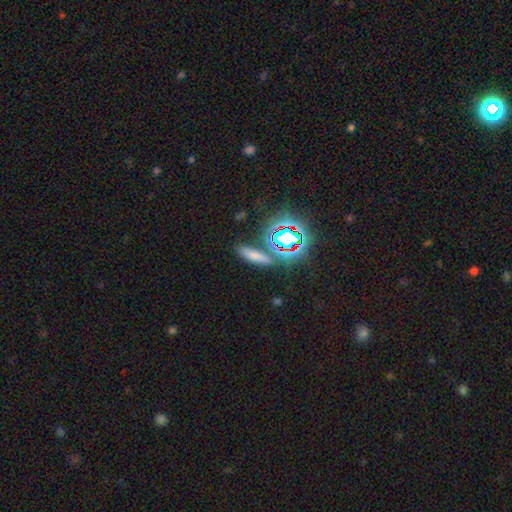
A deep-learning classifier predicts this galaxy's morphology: smooth_or_featured: smooth (p=0.59) [alt: star or artifact p=0.29]
how_rounded: cigar-shaped (p=0.57) [alt: in between p=0.33]
merging: none (p=0.80) [alt: minor disturbance p=0.10]